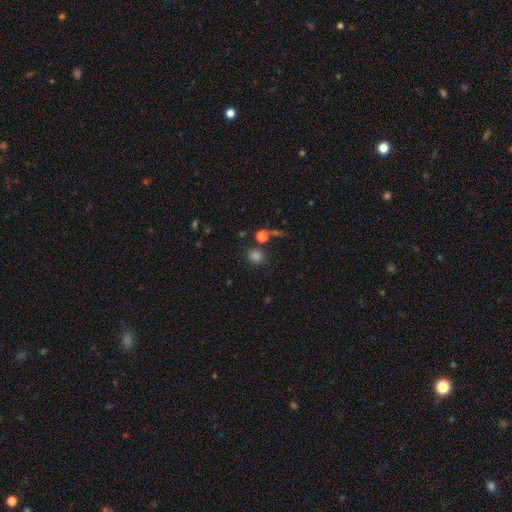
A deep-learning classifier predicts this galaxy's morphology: Smooth or featured?
  - smooth: 79% *
  - star or artifact: 16%
  - featured or disk: 5%
How rounded?
  - round: 78% *
  - in between: 21%
  - cigar-shaped: 1%
Merging?
  - none: 78% *
  - minor disturbance: 9%
  - merger: 9%
  - major disturbance: 4%